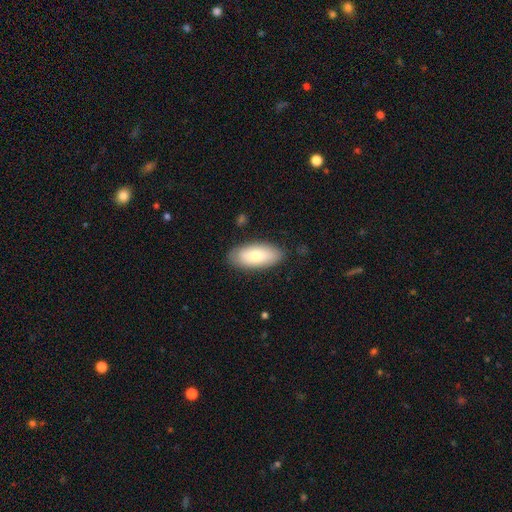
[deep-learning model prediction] This is likely a smooth galaxy (70%). How rounded: clearly in between (90%). Merging: clearly none (84%).